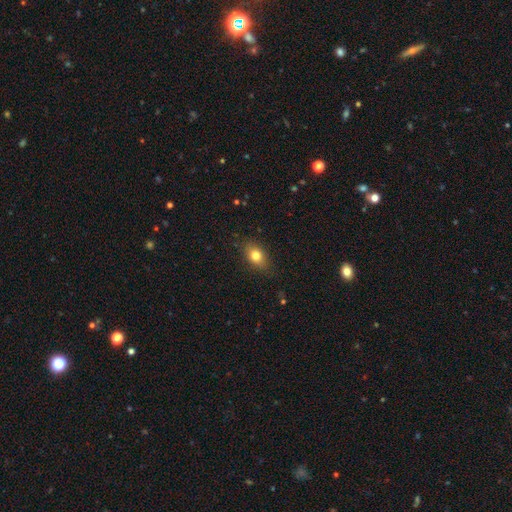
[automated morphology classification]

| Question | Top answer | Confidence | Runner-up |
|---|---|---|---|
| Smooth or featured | smooth | 78% | featured or disk (12%) |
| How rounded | in between | 74% | round (23%) |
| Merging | none | 83% | minor disturbance (13%) |